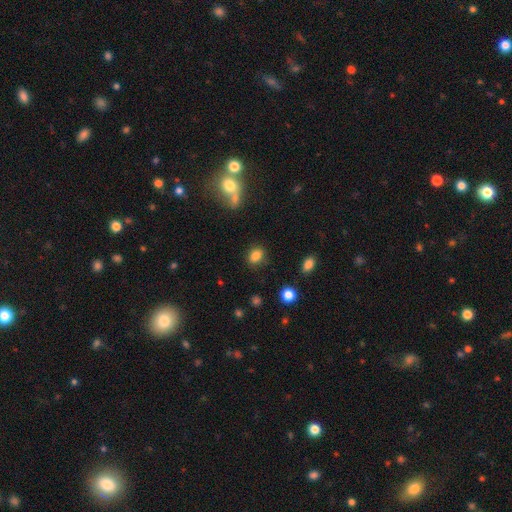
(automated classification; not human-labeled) Smooth or featured: smooth — 84% (star or artifact — 10%)
How rounded: in between — 53% (round — 46%)
Merging: none — 85% (minor disturbance — 10%)